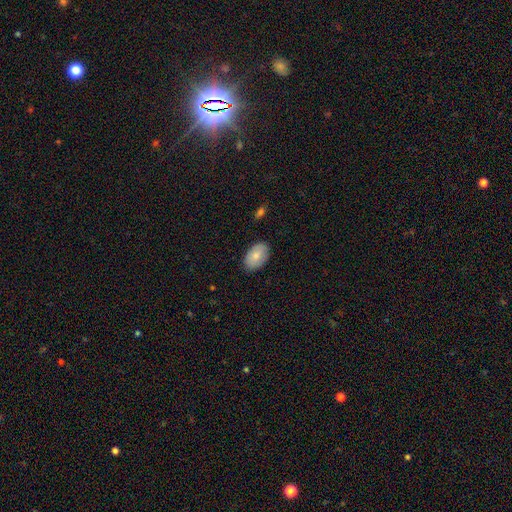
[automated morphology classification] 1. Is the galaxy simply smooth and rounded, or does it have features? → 80% smooth, 14% featured or disk, 6% star or artifact.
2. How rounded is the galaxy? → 92% in between, 7% round, 1% cigar-shaped.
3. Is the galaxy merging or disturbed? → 86% none, 11% minor disturbance, 2% major disturbance, 1% merger.